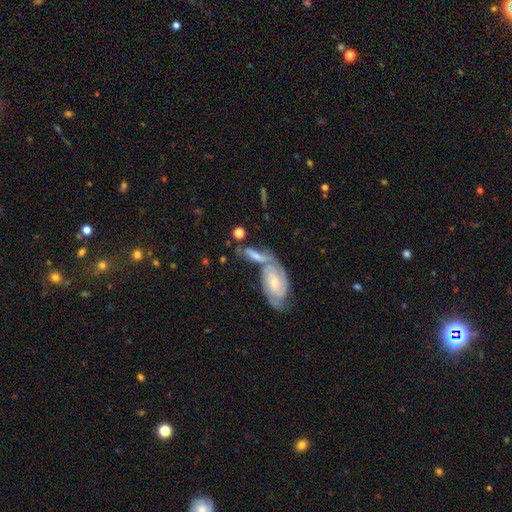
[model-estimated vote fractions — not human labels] A featured or disk galaxy (59%).

Vote fractions:
- Smooth or featured? featured or disk: 59% / smooth: 34% / star or artifact: 7%
- Edge-on disk? no: 83% / yes: 17%
- Merging? merger: 53% / none: 29% / minor disturbance: 12% / major disturbance: 6%